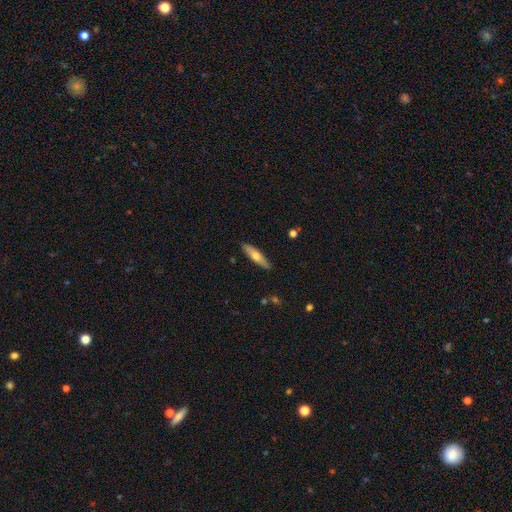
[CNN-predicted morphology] The model was most divided on "smooth or featured": smooth: 54%, featured or disk: 40%, star or artifact: 6%. More confident: merging — none (88%); how rounded — cigar-shaped (77%).